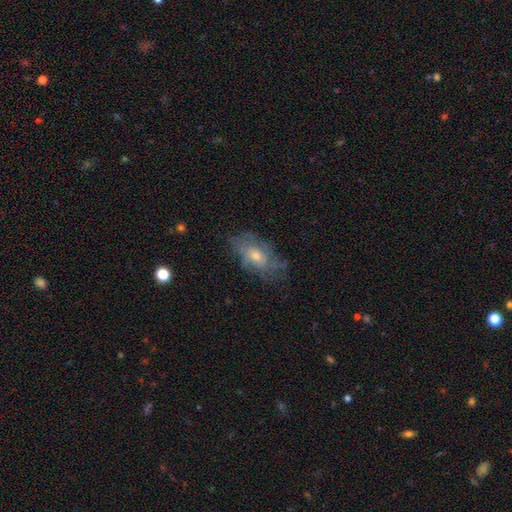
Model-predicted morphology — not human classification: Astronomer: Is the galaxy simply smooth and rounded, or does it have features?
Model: featured or disk — 54% (runner-up: smooth, 36%).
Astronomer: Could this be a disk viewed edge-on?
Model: no — 90%.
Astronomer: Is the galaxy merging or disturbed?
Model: none — 66%.